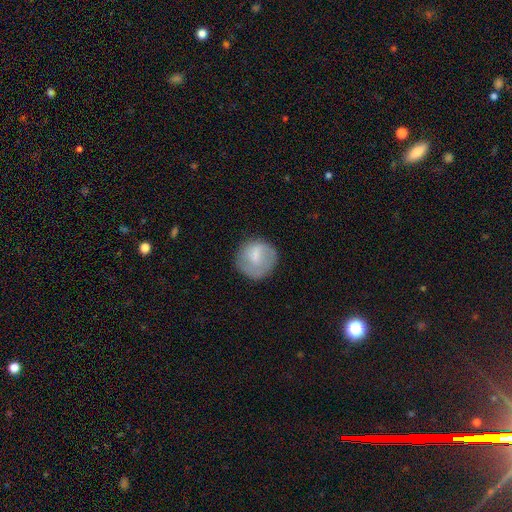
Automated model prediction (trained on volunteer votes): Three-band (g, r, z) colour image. It shows a smooth galaxy with no disk features (65%) that is round (87%). Merging: none (67%).